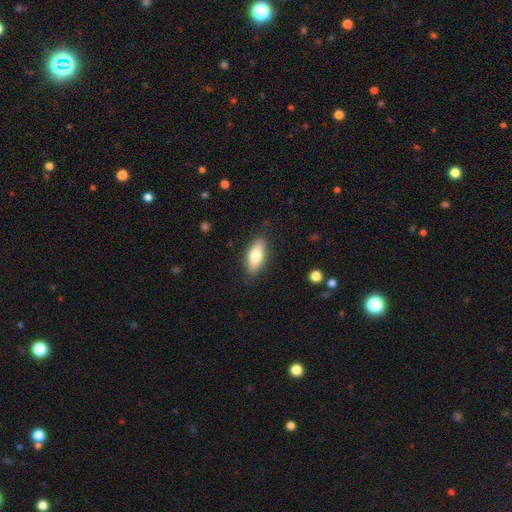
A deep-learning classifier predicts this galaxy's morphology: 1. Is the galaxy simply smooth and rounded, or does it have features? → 75% smooth, 19% featured or disk, 6% star or artifact.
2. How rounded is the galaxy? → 81% in between, 17% cigar-shaped, 3% round.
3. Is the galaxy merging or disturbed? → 83% none, 13% minor disturbance, 3% major disturbance, 1% merger.